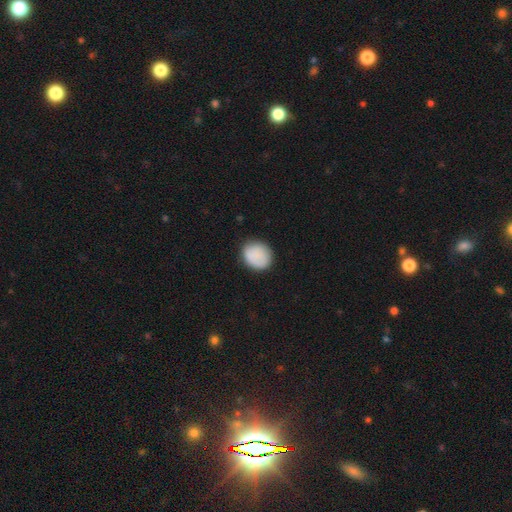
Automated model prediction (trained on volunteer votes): A smooth galaxy with no disk features (87%) that is round (74%). Merging: none (83%).